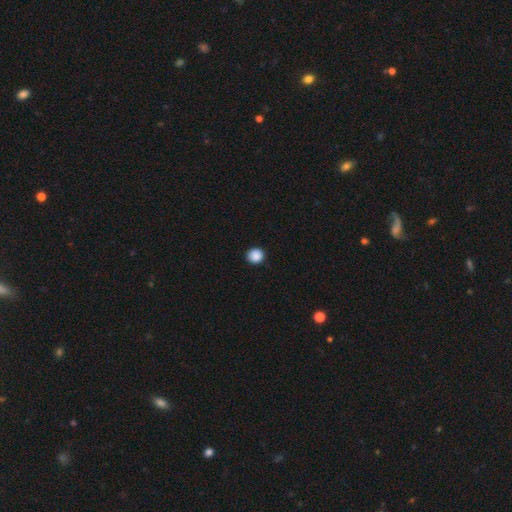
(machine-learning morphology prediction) Smooth or featured?
  - smooth: 89% *
  - star or artifact: 9%
  - featured or disk: 2%
How rounded?
  - round: 90% *
  - in between: 9%
  - cigar-shaped: 1%
Merging?
  - none: 92% *
  - minor disturbance: 5%
  - major disturbance: 2%
  - merger: 1%